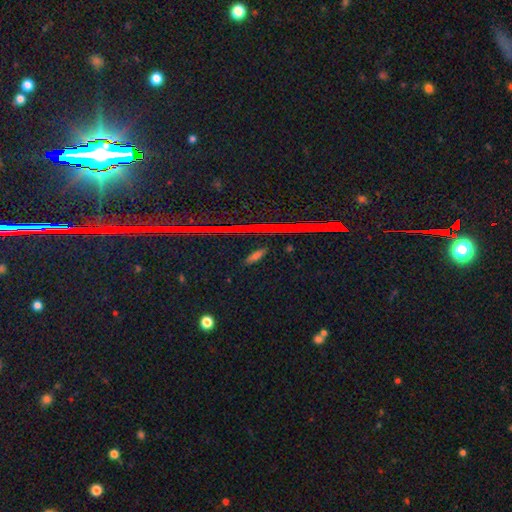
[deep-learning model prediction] smooth_or_featured: star or artifact (p=0.65) [alt: smooth p=0.21]